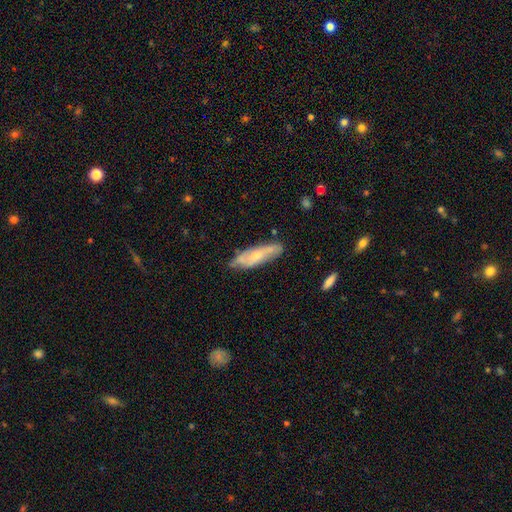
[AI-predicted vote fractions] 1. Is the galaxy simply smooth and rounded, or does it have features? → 50% featured or disk, 43% smooth, 6% star or artifact.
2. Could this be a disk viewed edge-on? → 67% no, 33% yes.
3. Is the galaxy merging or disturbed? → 69% none, 23% minor disturbance, 5% major disturbance, 3% merger.